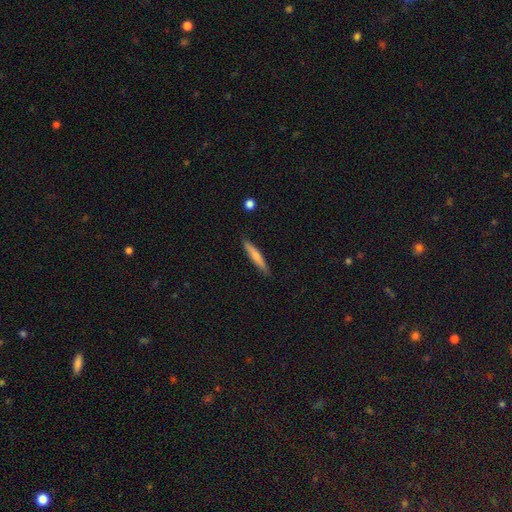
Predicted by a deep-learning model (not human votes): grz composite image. It shows a smooth galaxy with no disk features (62%) that is cigar-shaped (92%). Merging: none (87%).